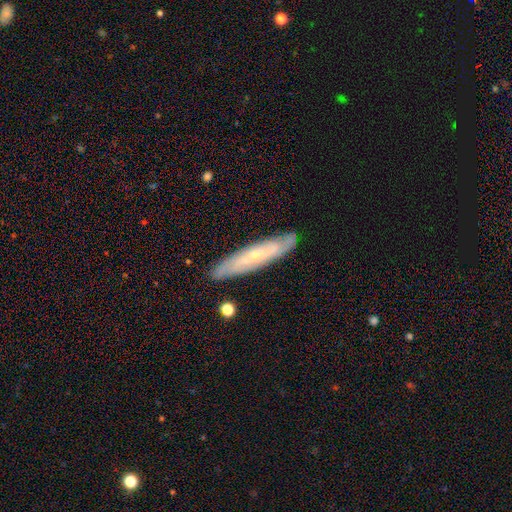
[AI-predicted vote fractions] The model was most divided on "edge-on disk": no: 53%, yes: 47%. More confident: merging — none (85%); smooth or featured — featured or disk (65%).